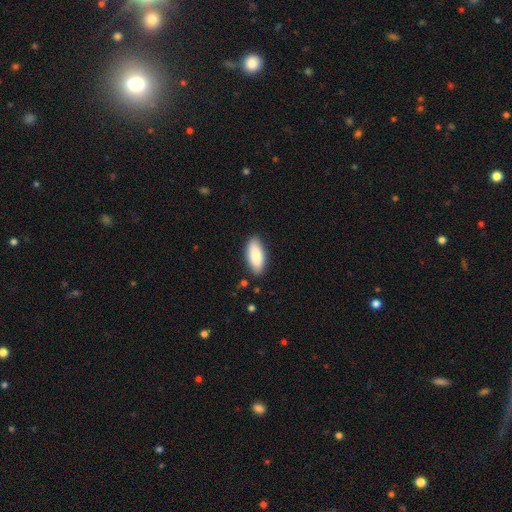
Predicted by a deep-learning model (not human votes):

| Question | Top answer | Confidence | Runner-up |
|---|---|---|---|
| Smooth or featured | smooth | 85% | featured or disk (9%) |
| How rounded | in between | 83% | cigar-shaped (16%) |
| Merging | none | 86% | minor disturbance (10%) |